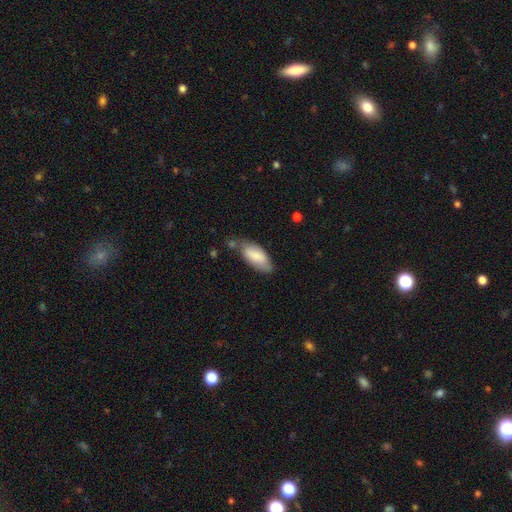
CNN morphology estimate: A smooth galaxy with no disk features (79%) that is in between round and cigar-shaped (85%). Merging: none (61%).